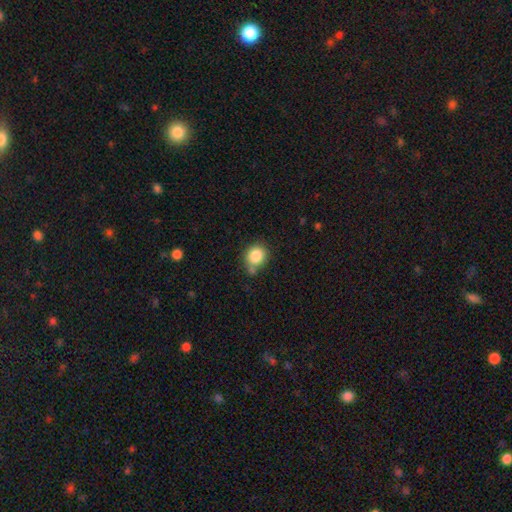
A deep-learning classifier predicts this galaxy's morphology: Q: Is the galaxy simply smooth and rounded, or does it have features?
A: smooth — 85%.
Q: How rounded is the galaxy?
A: round — 79%.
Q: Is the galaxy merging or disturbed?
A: none — 65%.